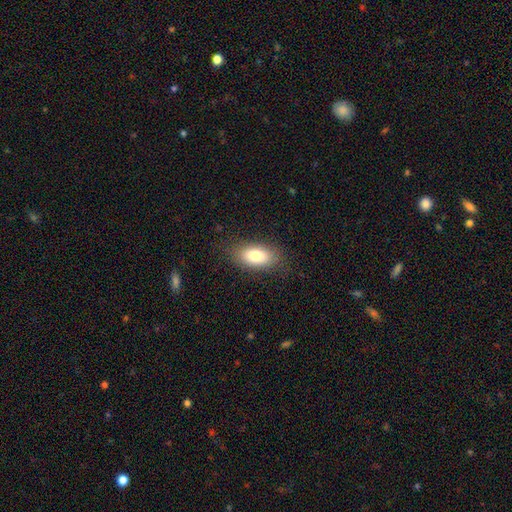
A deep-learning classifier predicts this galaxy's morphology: Overall: smooth (81%). How rounded: in between (89%). Merging: none (83%).